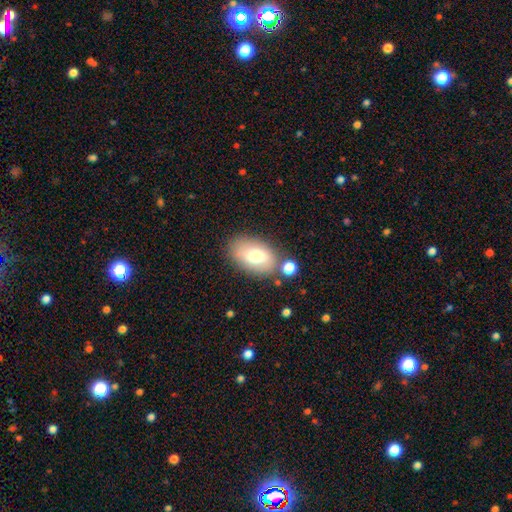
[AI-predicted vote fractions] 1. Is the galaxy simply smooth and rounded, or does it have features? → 69% smooth, 23% featured or disk, 8% star or artifact.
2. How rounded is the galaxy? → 90% in between, 8% round, 2% cigar-shaped.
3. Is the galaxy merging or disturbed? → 72% none, 15% minor disturbance, 9% merger, 5% major disturbance.